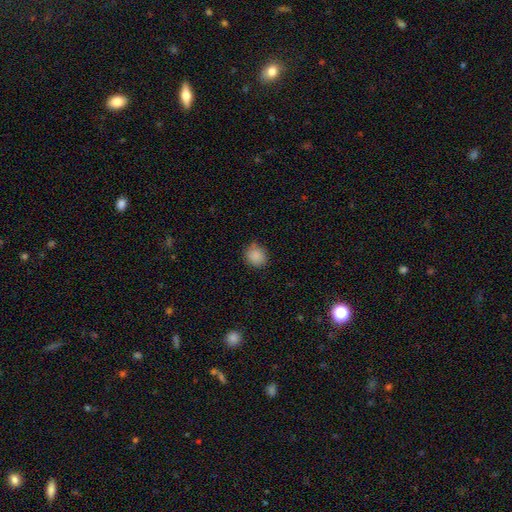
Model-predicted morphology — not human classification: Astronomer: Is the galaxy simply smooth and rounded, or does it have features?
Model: smooth — 87%.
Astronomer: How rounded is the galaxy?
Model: round — 79%.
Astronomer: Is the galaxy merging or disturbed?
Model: none — 78%.